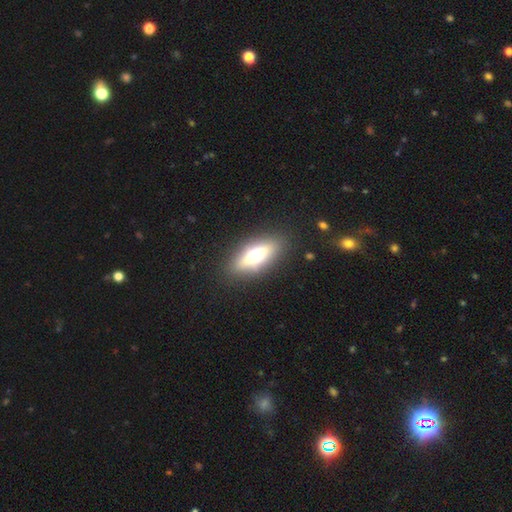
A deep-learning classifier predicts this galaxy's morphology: Q: Smooth or featured?
A: smooth (53%); runner-up: featured or disk (38%)
Q: How rounded?
A: in between (62%); runner-up: cigar-shaped (35%)
Q: Merging?
A: none (86%); runner-up: minor disturbance (9%)